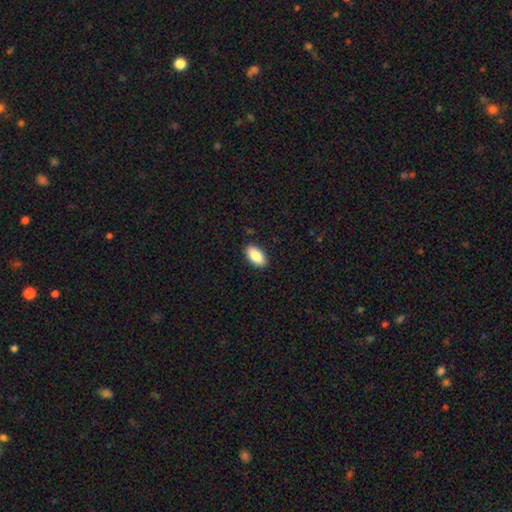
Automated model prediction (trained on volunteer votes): Smooth or featured? Predicted: smooth (p=0.85). How rounded? Predicted: in between (p=0.93). Merging? Predicted: none (p=0.90).